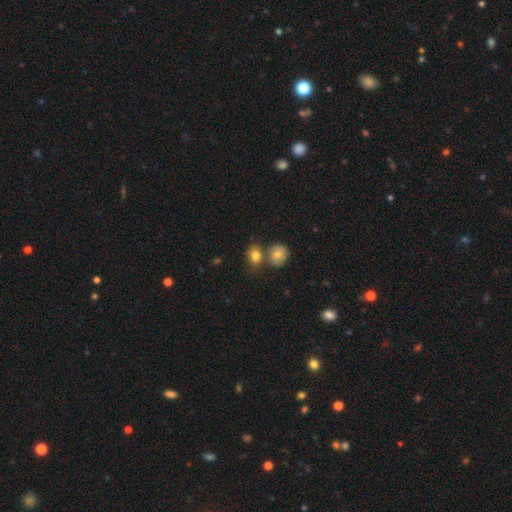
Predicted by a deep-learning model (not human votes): smooth-or-featured: smooth: 81% | star or artifact: 9% | featured or disk: 9%
  how-rounded: round: 52% | in between: 47% | cigar-shaped: 2%
  merging: none: 50% | merger: 35% | minor disturbance: 11% | major disturbance: 4%